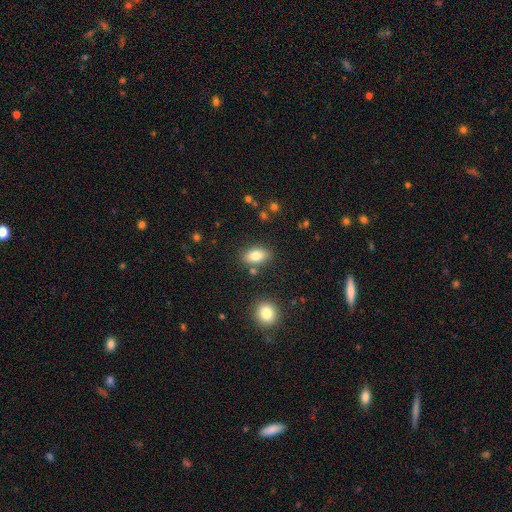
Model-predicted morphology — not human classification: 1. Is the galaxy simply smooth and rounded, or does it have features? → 81% smooth, 11% featured or disk, 8% star or artifact.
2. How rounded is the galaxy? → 88% in between, 9% round, 3% cigar-shaped.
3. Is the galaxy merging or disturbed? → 79% none, 11% minor disturbance, 7% merger, 3% major disturbance.